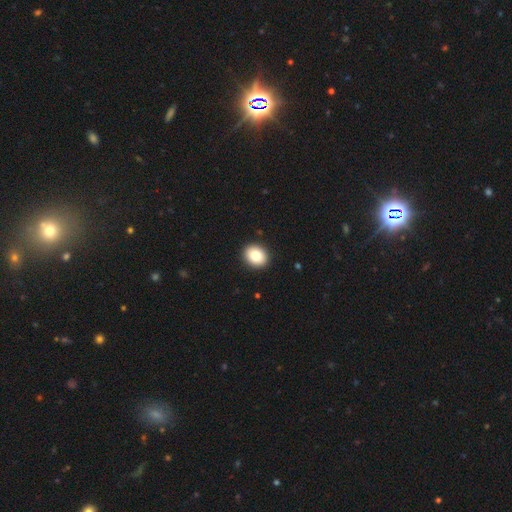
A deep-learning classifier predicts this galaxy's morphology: Overall: smooth (84%). How rounded: round (52%; in between 47%). Merging: none (92%).